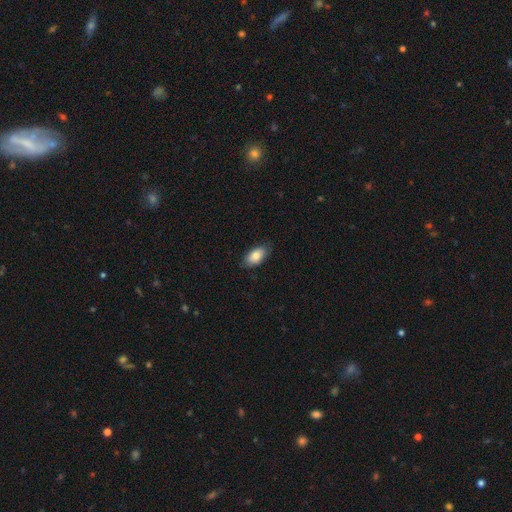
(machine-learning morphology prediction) Smooth or featured?
  - smooth: 81% *
  - featured or disk: 12%
  - star or artifact: 7%
How rounded?
  - in between: 93% *
  - round: 4%
  - cigar-shaped: 3%
Merging?
  - none: 81% *
  - minor disturbance: 15%
  - major disturbance: 3%
  - merger: 1%